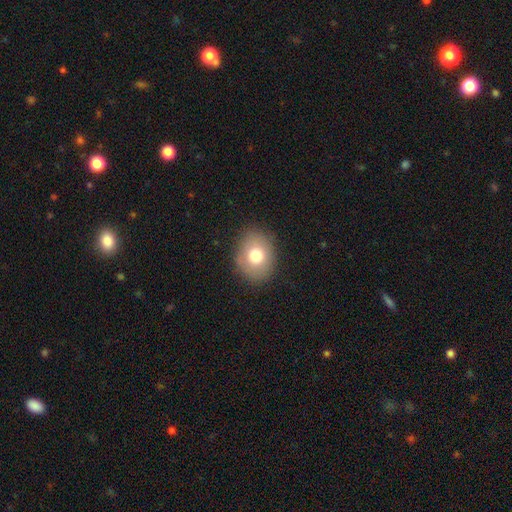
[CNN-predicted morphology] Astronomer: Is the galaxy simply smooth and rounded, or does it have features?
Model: smooth — 74%.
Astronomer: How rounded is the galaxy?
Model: in between — 51% (runner-up: round, 48%).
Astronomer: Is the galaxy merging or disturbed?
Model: none — 84%.